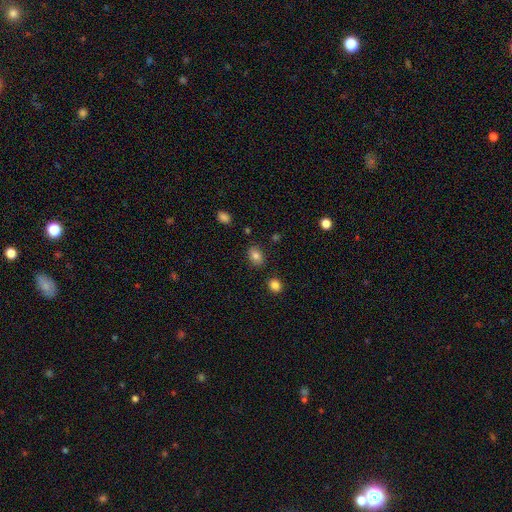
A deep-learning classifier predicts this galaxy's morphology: This is clearly a smooth galaxy (82%). How rounded: likely in between (71%). Merging: clearly none (84%).